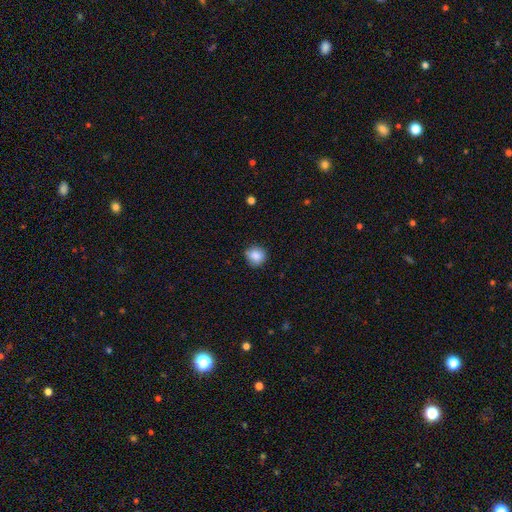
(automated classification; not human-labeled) smooth-or-featured: smooth: 86% | star or artifact: 9% | featured or disk: 5%
  how-rounded: round: 90% | in between: 9% | cigar-shaped: 1%
  merging: none: 83% | minor disturbance: 14% | major disturbance: 3% | merger: 1%